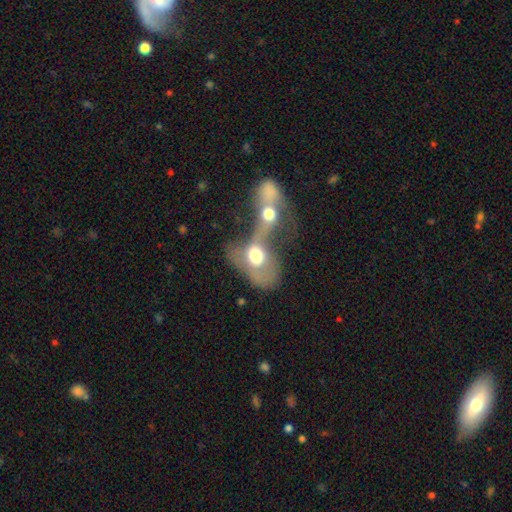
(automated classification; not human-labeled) smooth-or-featured: smooth: 47% | featured or disk: 43% | star or artifact: 10%
  merging: merger: 81% | major disturbance: 11% | none: 5% | minor disturbance: 3%